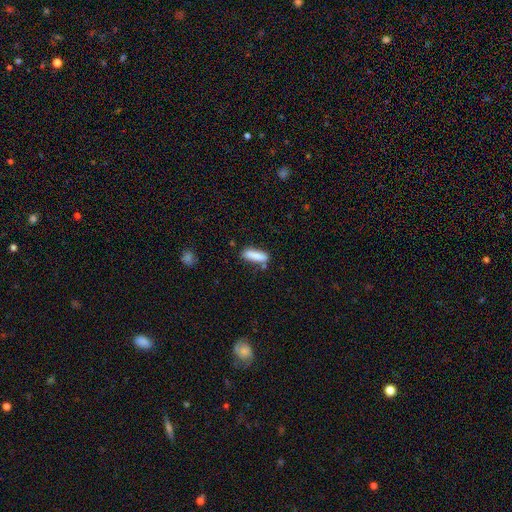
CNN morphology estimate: The model was most divided on "how rounded": cigar-shaped: 58%, in between: 40%, round: 2%. More confident: smooth or featured — smooth (85%); merging — none (73%).